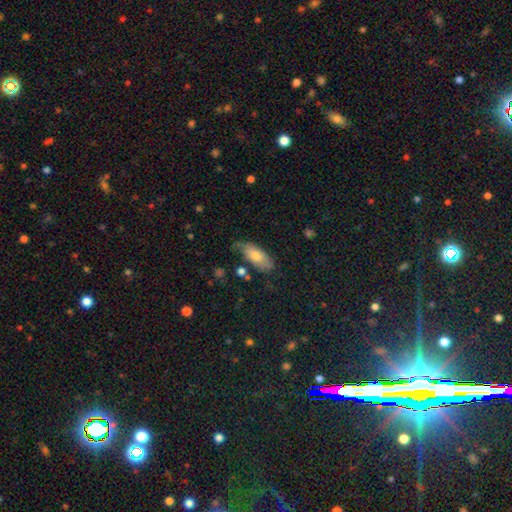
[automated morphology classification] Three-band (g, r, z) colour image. It shows a smooth galaxy with no disk features (69%) that is in between round and cigar-shaped (84%). Merging: none (58%).